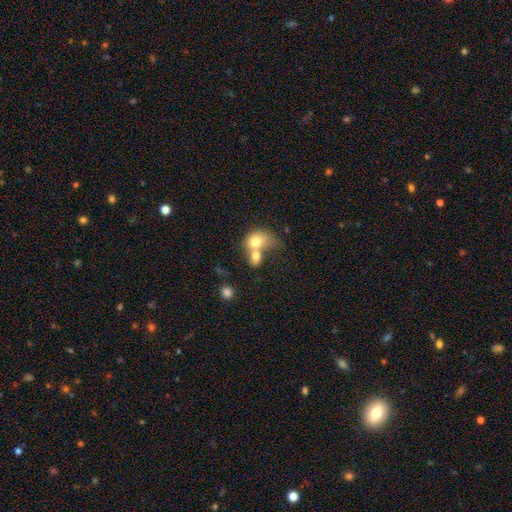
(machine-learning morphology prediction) Smooth or featured?
  - smooth: 70% *
  - featured or disk: 21%
  - star or artifact: 9%
How rounded?
  - in between: 57% *
  - round: 42%
  - cigar-shaped: 1%
Merging?
  - merger: 76% *
  - none: 12%
  - major disturbance: 6%
  - minor disturbance: 6%